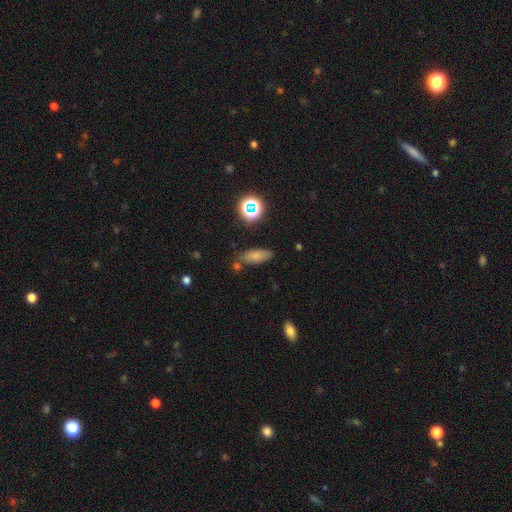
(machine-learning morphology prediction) smooth_or_featured: smooth (p=0.73) [alt: star or artifact p=0.16]
how_rounded: in between (p=0.71) [alt: cigar-shaped p=0.24]
merging: none (p=0.73) [alt: minor disturbance p=0.15]